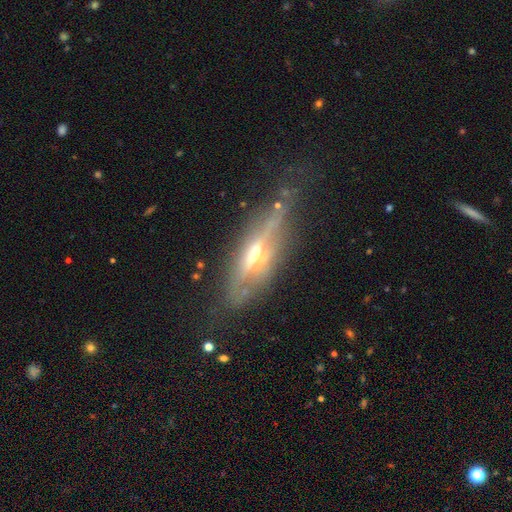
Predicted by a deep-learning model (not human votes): Overall: featured or disk (75%). Edge-on disk: yes (84%). Edge-on bulge: rounded (86%). Merging: none (65%).